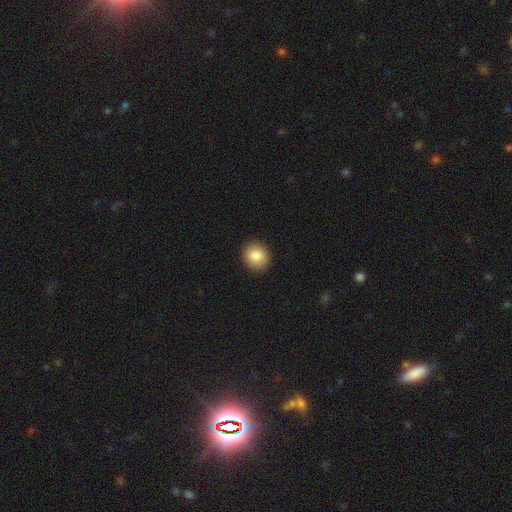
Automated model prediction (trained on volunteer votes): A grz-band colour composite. It shows a smooth galaxy with no disk features (86%) that is round (73%). Merging: none (90%).